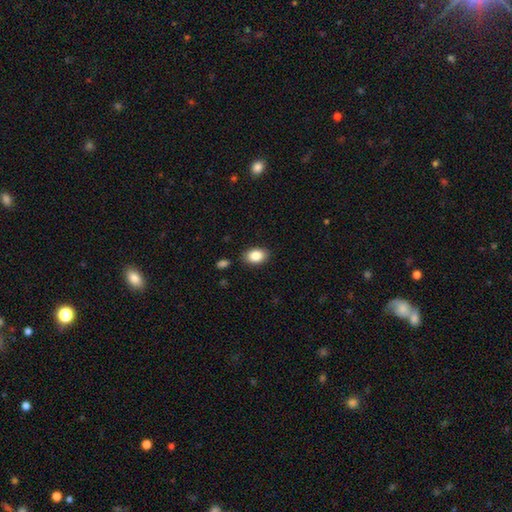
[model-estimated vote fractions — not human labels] Smooth or featured?
  - smooth: 86% *
  - star or artifact: 8%
  - featured or disk: 6%
How rounded?
  - in between: 84% *
  - round: 14%
  - cigar-shaped: 1%
Merging?
  - none: 86% *
  - minor disturbance: 10%
  - major disturbance: 2%
  - merger: 2%